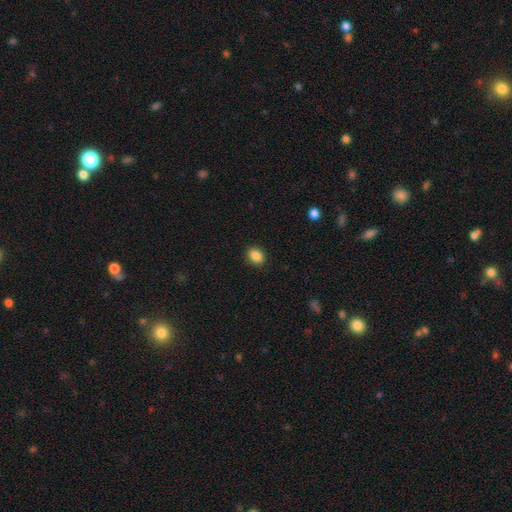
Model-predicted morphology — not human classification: Smooth or featured: smooth — 88% (star or artifact — 9%)
How rounded: in between — 64% (round — 35%)
Merging: none — 89% (minor disturbance — 8%)